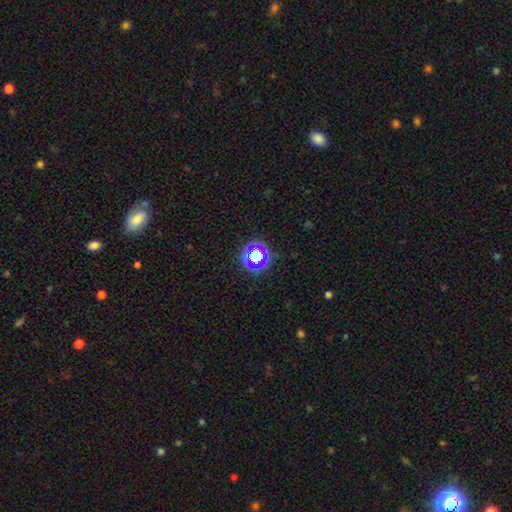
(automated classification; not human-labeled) A star or artifact, not a galaxy (56%).